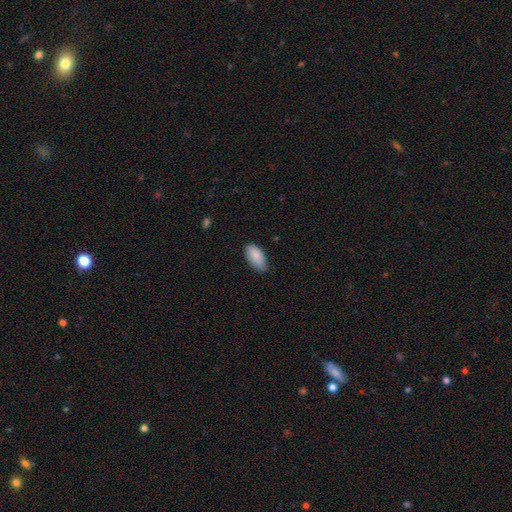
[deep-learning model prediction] Smooth or featured? smooth (89%)
How rounded? in between (94%)
Merging? none (73%)